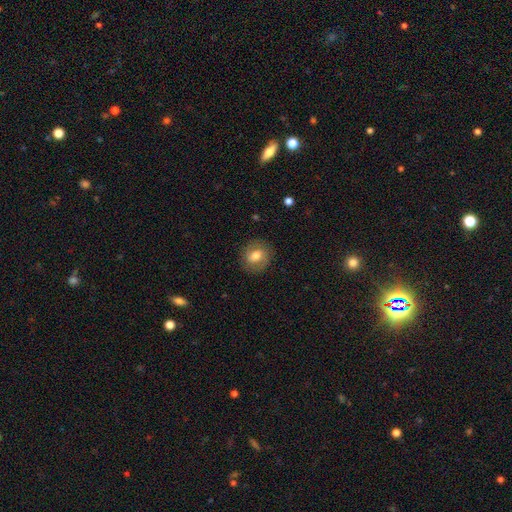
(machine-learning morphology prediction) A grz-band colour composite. It shows a smooth galaxy with no disk features (60%) that is round (73%). Merging: none (84%).